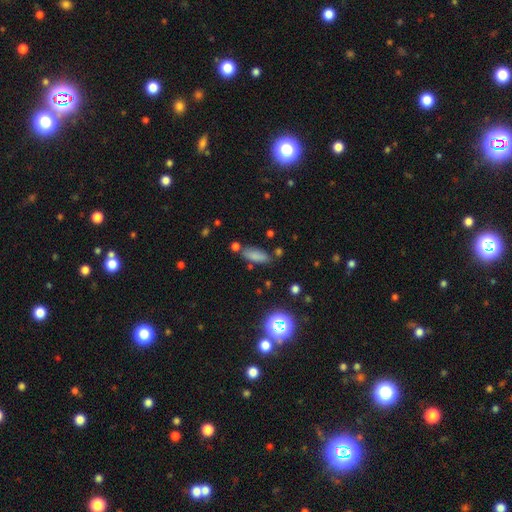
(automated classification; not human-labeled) Morphology: type=smooth (79%); roundness=in between (69%); merging=none (74%).